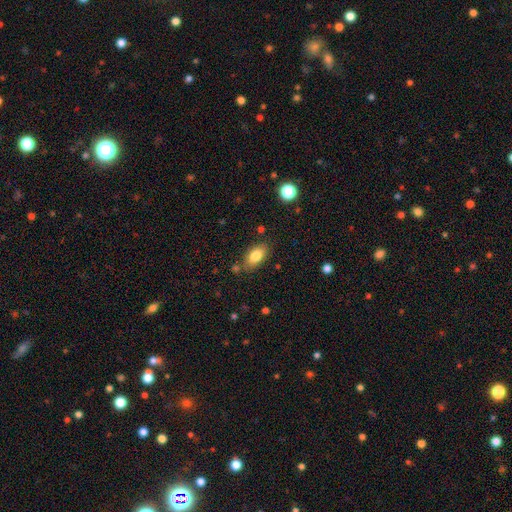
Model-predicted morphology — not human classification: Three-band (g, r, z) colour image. It shows a smooth galaxy with no disk features (82%) that is in between round and cigar-shaped (90%). Merging: none (79%).